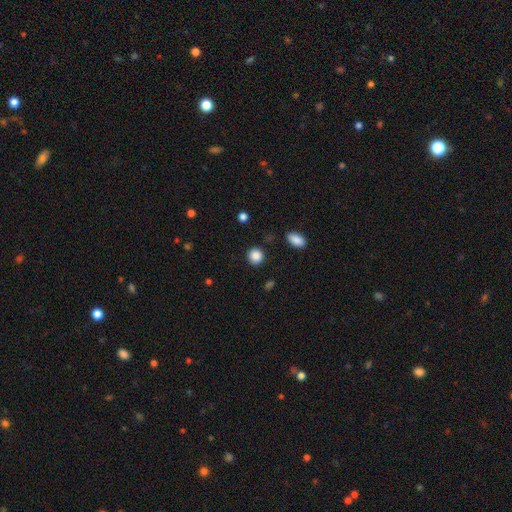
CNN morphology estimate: This is clearly a smooth galaxy (87%). How rounded: clearly round (89%). Merging: clearly none (89%).